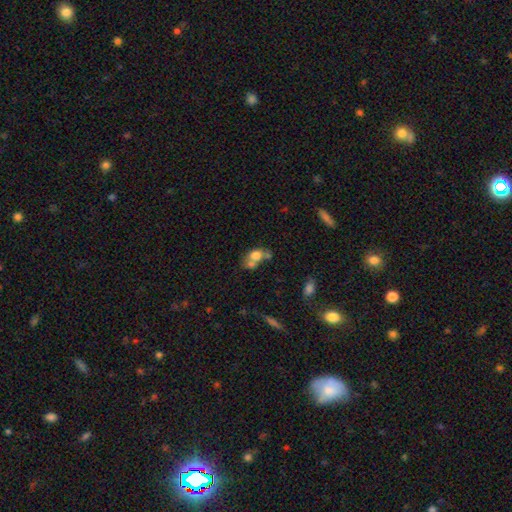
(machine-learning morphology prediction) This is likely a smooth galaxy (68%). How rounded: possibly in between (56%). Merging: possibly merger (53%).